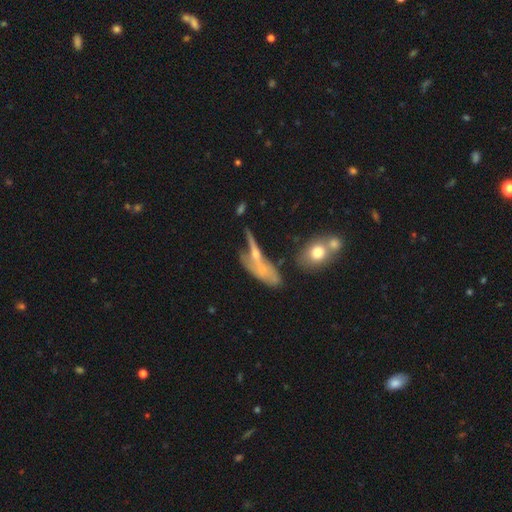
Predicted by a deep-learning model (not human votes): Smooth or featured?
  - featured or disk: 39% *
  - smooth: 36%
  - star or artifact: 24%
Merging?
  - merger: 37% *
  - none: 36%
  - minor disturbance: 14%
  - major disturbance: 13%